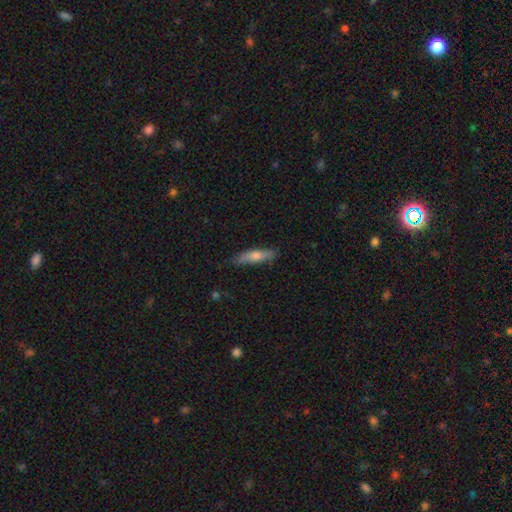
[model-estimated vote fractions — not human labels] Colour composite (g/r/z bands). It shows a smooth galaxy with no disk features (63%) that is cigar-shaped (75%). Merging: none (82%).